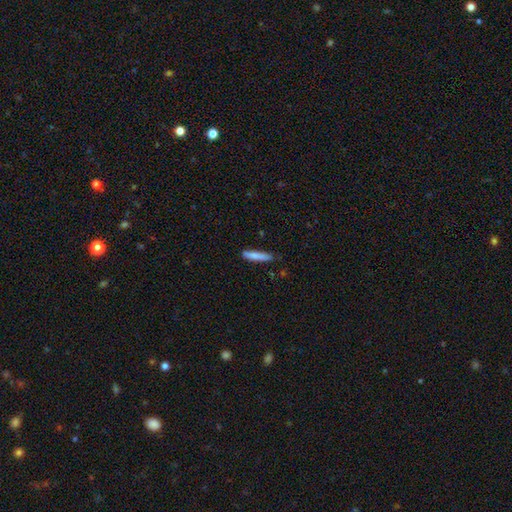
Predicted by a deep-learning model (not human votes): Smooth or featured?
  - smooth: 81% *
  - featured or disk: 13%
  - star or artifact: 6%
How rounded?
  - cigar-shaped: 89% *
  - in between: 10%
  - round: 1%
Merging?
  - none: 82% *
  - minor disturbance: 14%
  - major disturbance: 2%
  - merger: 2%